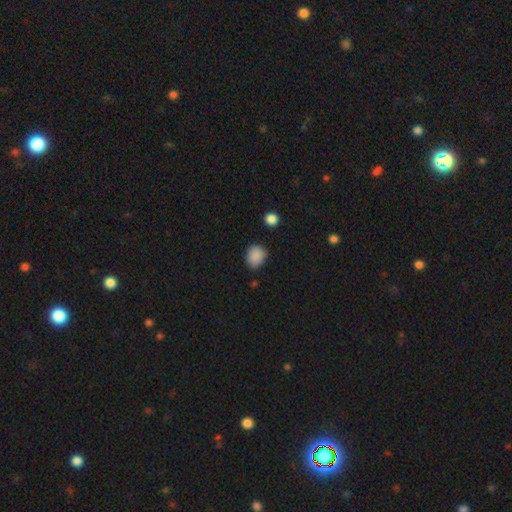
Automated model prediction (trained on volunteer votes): smooth-or-featured: smooth: 87% | star or artifact: 9% | featured or disk: 3%
  how-rounded: round: 54% | in between: 45% | cigar-shaped: 1%
  merging: none: 76% | minor disturbance: 18% | major disturbance: 3% | merger: 3%